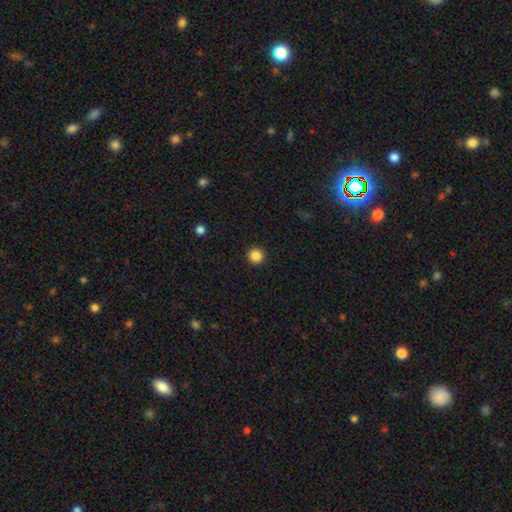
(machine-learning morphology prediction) Smooth or featured: smooth — 86% (star or artifact — 11%)
How rounded: round — 96% (in between — 4%)
Merging: none — 94% (minor disturbance — 4%)